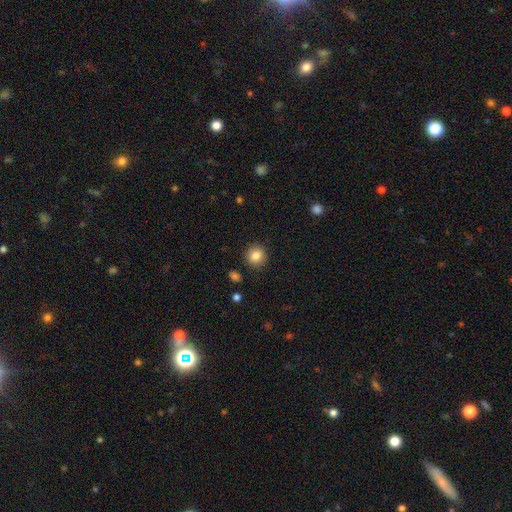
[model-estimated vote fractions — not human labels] smooth_or_featured: smooth (p=0.84) [alt: star or artifact p=0.09]
how_rounded: round (p=0.90) [alt: in between p=0.09]
merging: none (p=0.90) [alt: minor disturbance p=0.07]